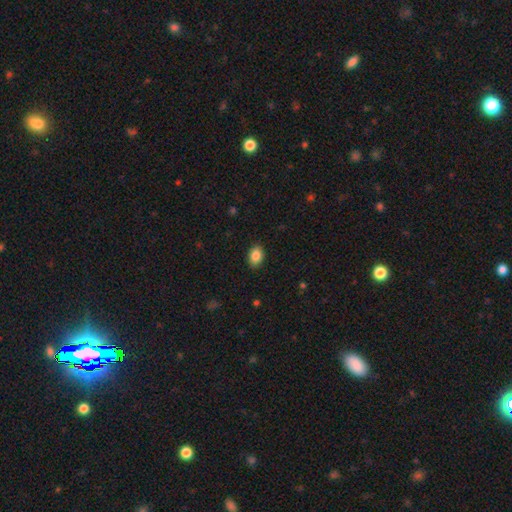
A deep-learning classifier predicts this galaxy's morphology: This appears to be a smooth galaxy with no disk features (87%) that is in between round and cigar-shaped (83%). Merging: none (87%).